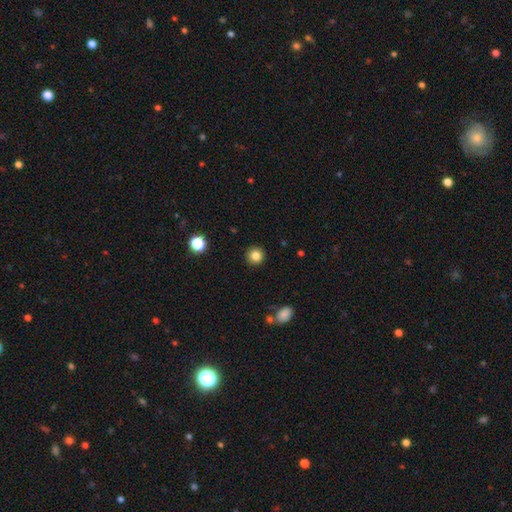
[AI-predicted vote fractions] This appears to be a smooth galaxy with no disk features (83%) that is round (93%). Merging: none (92%).